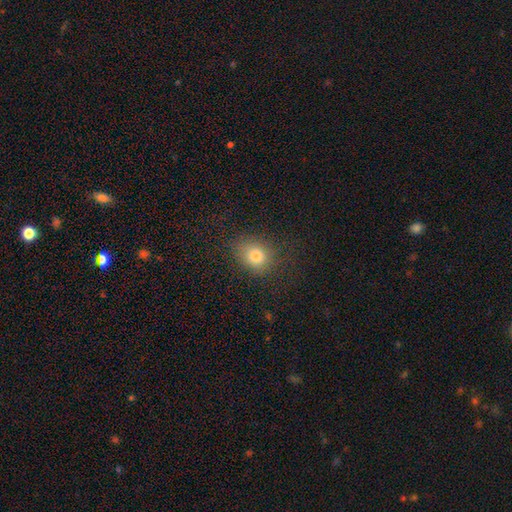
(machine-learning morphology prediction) type=smooth (79%); roundness=round (61%); merging=none (79%).